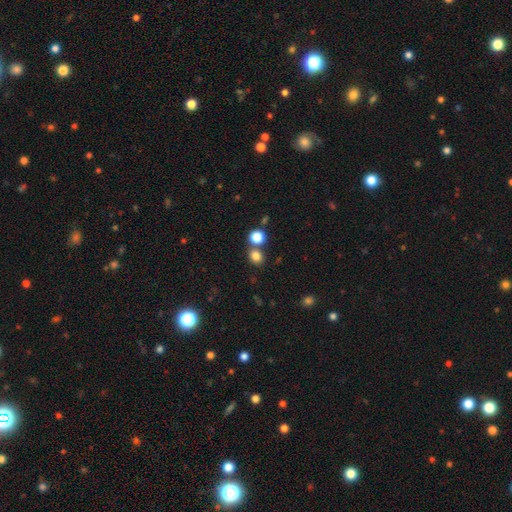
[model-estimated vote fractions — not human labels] This is clearly a smooth galaxy (80%). How rounded: likely round (71%). Merging: likely none (67%).